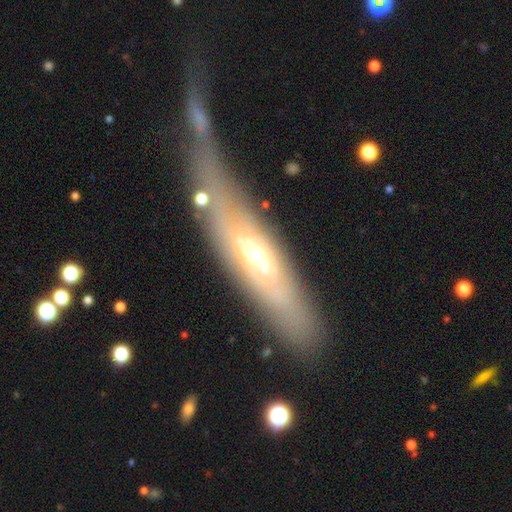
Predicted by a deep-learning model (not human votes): This appears to be a featured or disk galaxy (61%). Merging: none (43%).